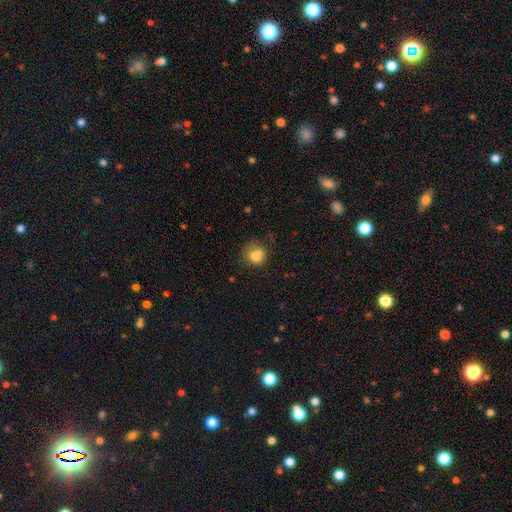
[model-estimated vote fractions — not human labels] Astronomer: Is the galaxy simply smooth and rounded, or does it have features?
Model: smooth — 80%.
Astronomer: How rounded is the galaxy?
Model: round — 83%.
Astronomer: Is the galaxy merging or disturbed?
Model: none — 63%.